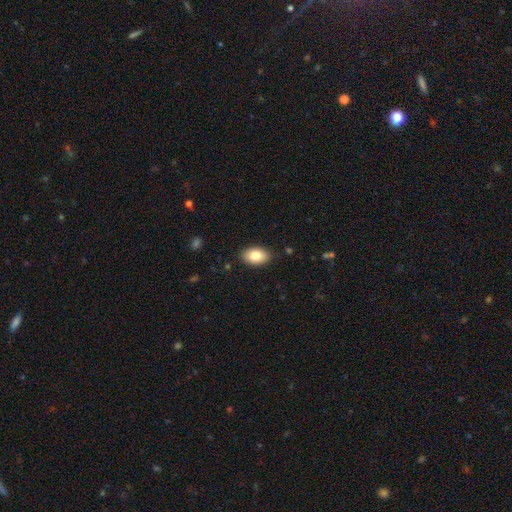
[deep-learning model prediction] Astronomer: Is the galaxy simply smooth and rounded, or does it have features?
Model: smooth — 81%.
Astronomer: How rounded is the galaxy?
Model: in between — 90%.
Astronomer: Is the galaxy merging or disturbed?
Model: none — 87%.